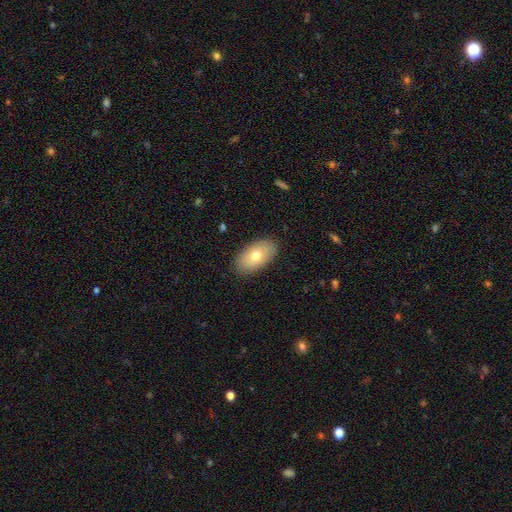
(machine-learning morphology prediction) smooth_or_featured: smooth (p=0.72) [alt: featured or disk p=0.21]
how_rounded: in between (p=0.94) [alt: round p=0.04]
merging: none (p=0.87) [alt: minor disturbance p=0.10]